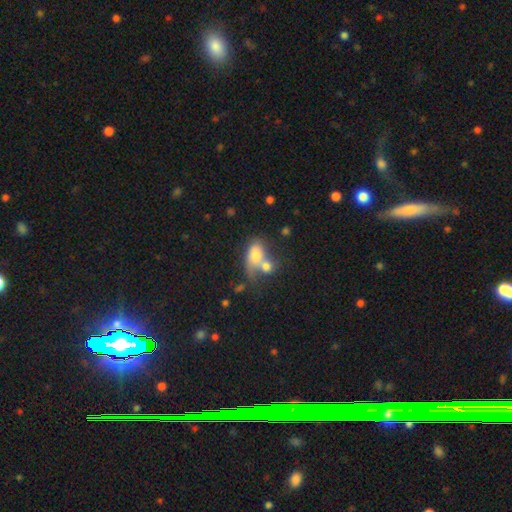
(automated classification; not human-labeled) A smooth galaxy with no disk features (70%) that is in between round and cigar-shaped (78%). Merging: merger (61%).